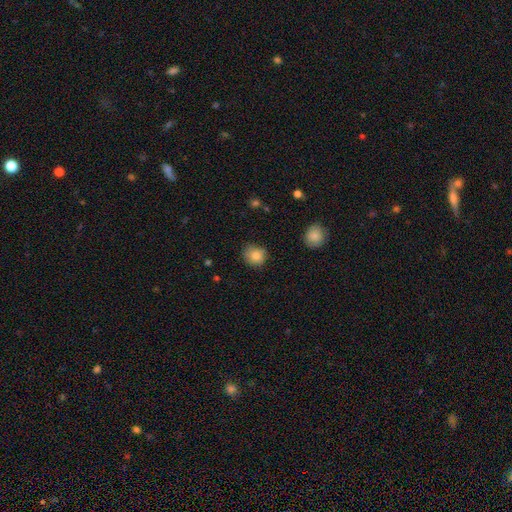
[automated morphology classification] A smooth galaxy with no disk features (85%) that is round (82%).

Vote fractions:
- Smooth or featured? smooth: 85% / star or artifact: 9% / featured or disk: 6%
- How rounded? round: 82% / in between: 17% / cigar-shaped: 1%
- Merging? none: 75% / minor disturbance: 19% / major disturbance: 4% / merger: 2%